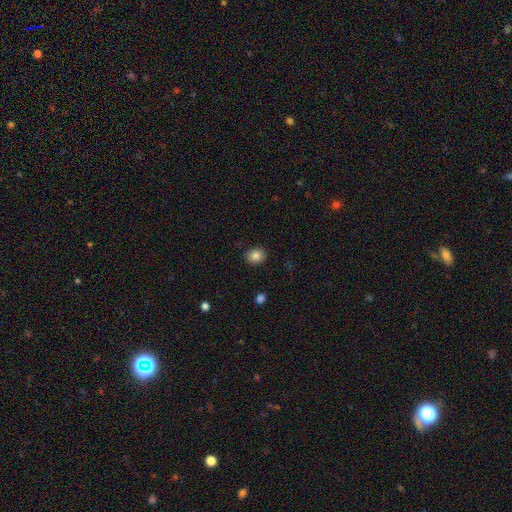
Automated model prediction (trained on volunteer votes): Q: Smooth or featured?
A: smooth (84%); runner-up: star or artifact (10%)
Q: How rounded?
A: round (66%); runner-up: in between (33%)
Q: Merging?
A: none (87%); runner-up: minor disturbance (9%)